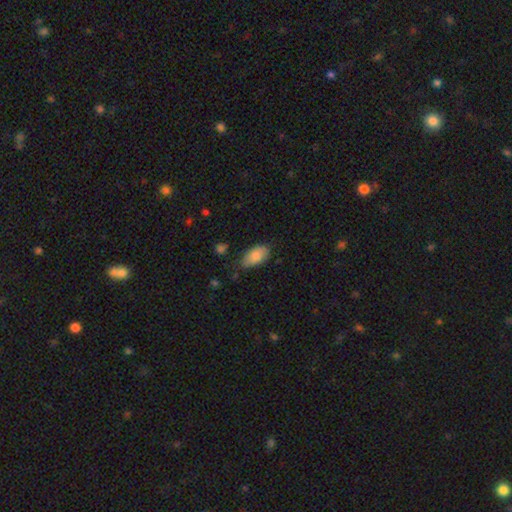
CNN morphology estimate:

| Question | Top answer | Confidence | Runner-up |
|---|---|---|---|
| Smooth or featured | smooth | 83% | featured or disk (11%) |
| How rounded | in between | 93% | cigar-shaped (3%) |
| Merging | none | 64% | minor disturbance (29%) |